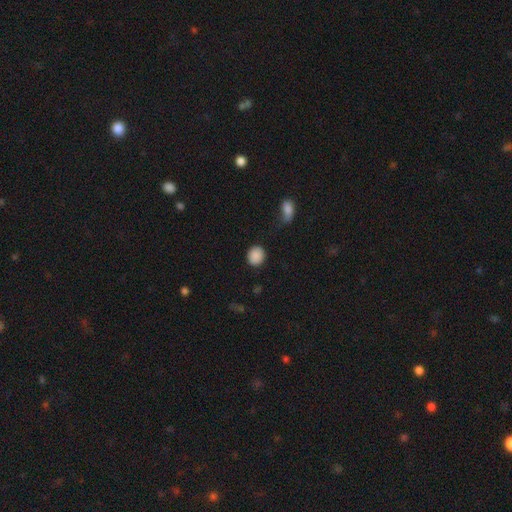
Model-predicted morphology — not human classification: smooth_or_featured: smooth (p=0.89) [alt: star or artifact p=0.08]
how_rounded: round (p=0.81) [alt: in between p=0.18]
merging: none (p=0.86) [alt: minor disturbance p=0.09]